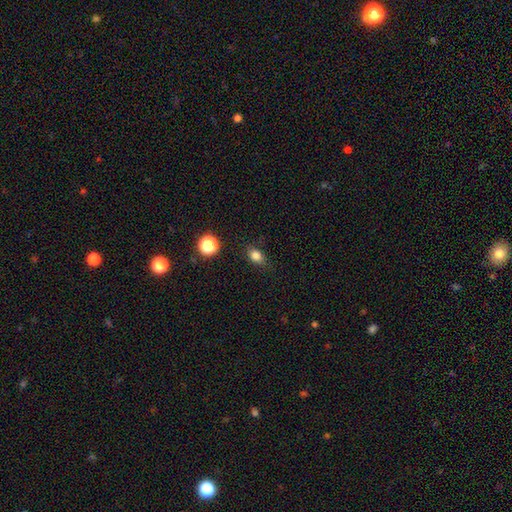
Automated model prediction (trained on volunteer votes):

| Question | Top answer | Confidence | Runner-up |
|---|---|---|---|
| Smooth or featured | smooth | 82% | star or artifact (12%) |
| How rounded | in between | 64% | round (34%) |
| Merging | none | 77% | minor disturbance (17%) |